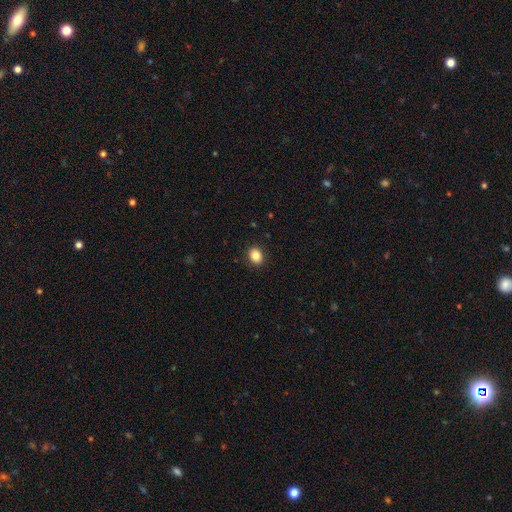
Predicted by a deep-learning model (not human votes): This appears to be a smooth galaxy with no disk features (86%) that is round (51%). Merging: none (91%).